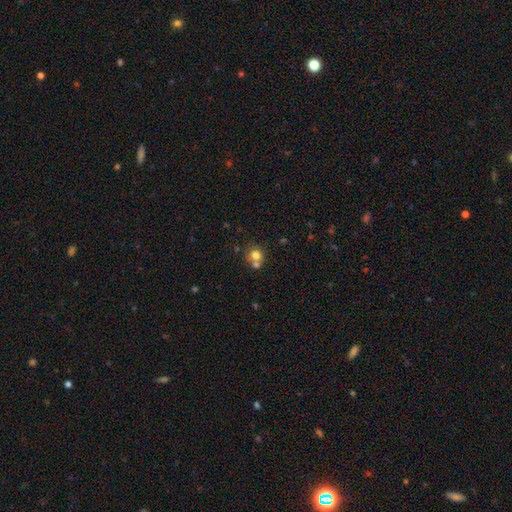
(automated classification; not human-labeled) smooth 74%, featured or disk 14%, star or artifact 12%. Down the decision tree: how rounded — round (85%); merging — none (49%).